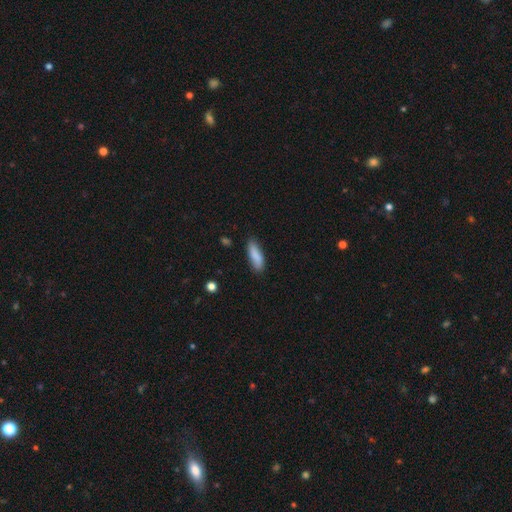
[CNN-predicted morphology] A smooth galaxy with no disk features (87%) that is in between round and cigar-shaped (52%).

Vote fractions:
- Smooth or featured? smooth: 87% / featured or disk: 7% / star or artifact: 6%
- How rounded? in between: 52% / cigar-shaped: 46% / round: 2%
- Merging? none: 82% / minor disturbance: 13% / major disturbance: 2% / merger: 2%